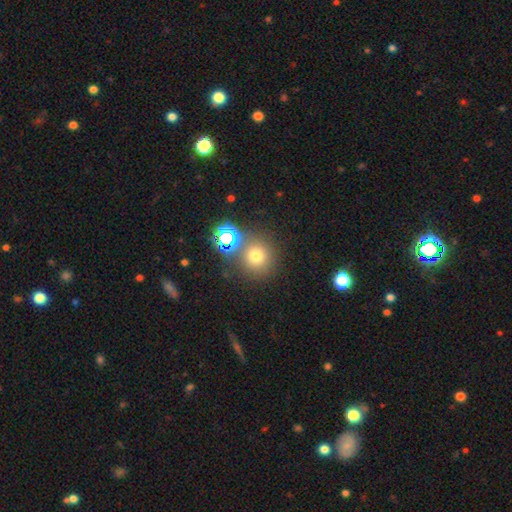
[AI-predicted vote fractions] Smooth or featured?
  - smooth: 68% *
  - star or artifact: 24%
  - featured or disk: 8%
How rounded?
  - round: 92% *
  - in between: 7%
  - cigar-shaped: 1%
Merging?
  - none: 77% *
  - merger: 12%
  - minor disturbance: 8%
  - major disturbance: 4%